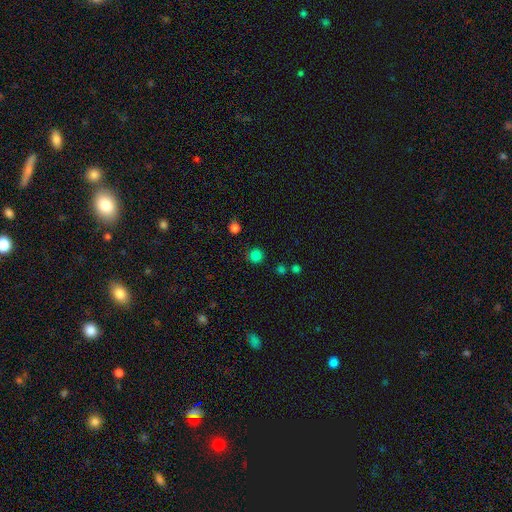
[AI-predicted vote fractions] Morphology: type=smooth (81%); roundness=round (93%); merging=none (85%).